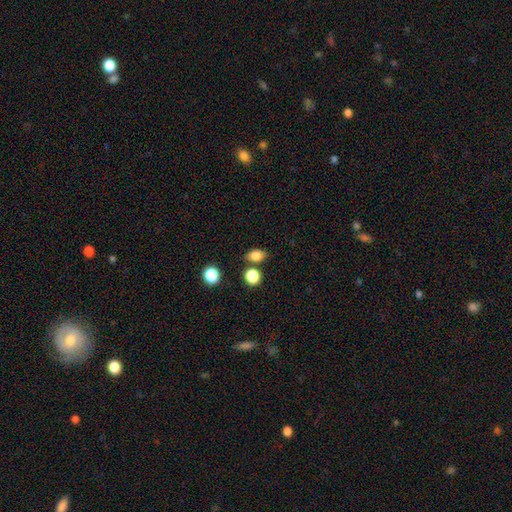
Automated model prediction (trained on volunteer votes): This is clearly a smooth galaxy (82%). How rounded: likely in between (68%). Merging: likely none (73%).